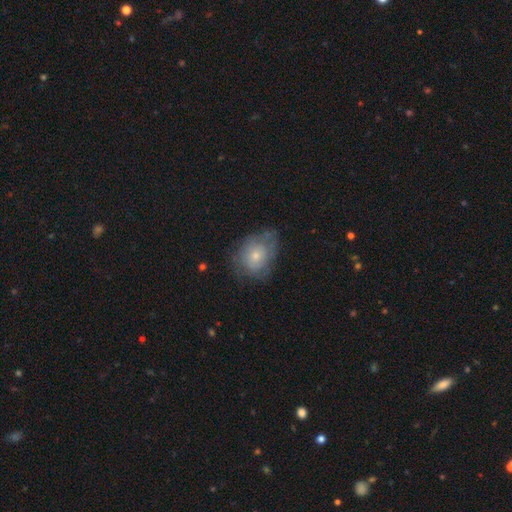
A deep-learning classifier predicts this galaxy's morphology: Q: Smooth or featured?
A: smooth (57%); runner-up: featured or disk (35%)
Q: How rounded?
A: in between (56%); runner-up: round (43%)
Q: Merging?
A: none (53%); runner-up: minor disturbance (30%)